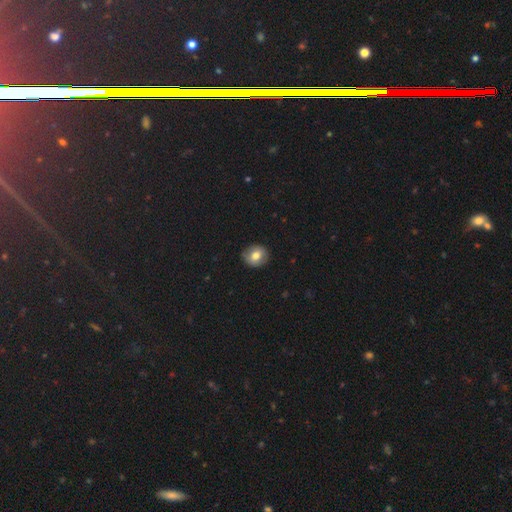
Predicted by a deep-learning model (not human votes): Smooth or featured?
  - smooth: 74% *
  - featured or disk: 18%
  - star or artifact: 8%
How rounded?
  - round: 76% *
  - in between: 23%
  - cigar-shaped: 1%
Merging?
  - none: 87% *
  - minor disturbance: 10%
  - major disturbance: 2%
  - merger: 1%